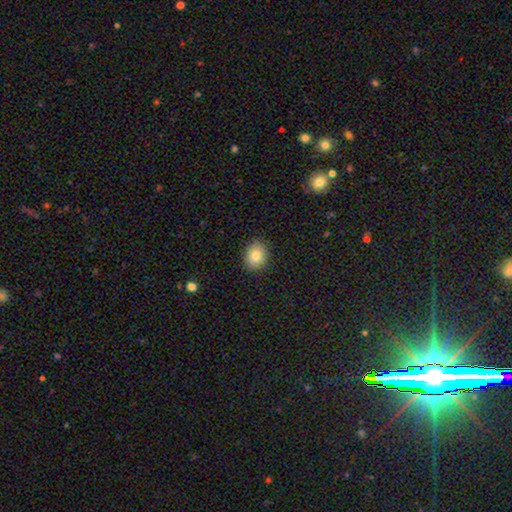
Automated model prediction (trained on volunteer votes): A smooth galaxy with no disk features (81%) that is round (54%).

Vote fractions:
- Smooth or featured? smooth: 81% / featured or disk: 10% / star or artifact: 9%
- How rounded? round: 54% / in between: 45% / cigar-shaped: 1%
- Merging? none: 88% / minor disturbance: 9% / major disturbance: 2% / merger: 1%